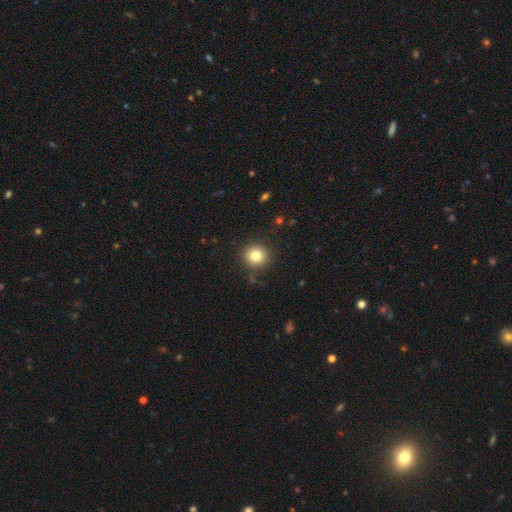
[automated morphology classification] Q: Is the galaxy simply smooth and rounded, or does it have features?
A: smooth — 81%.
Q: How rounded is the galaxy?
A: round — 91%.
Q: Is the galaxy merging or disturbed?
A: none — 88%.